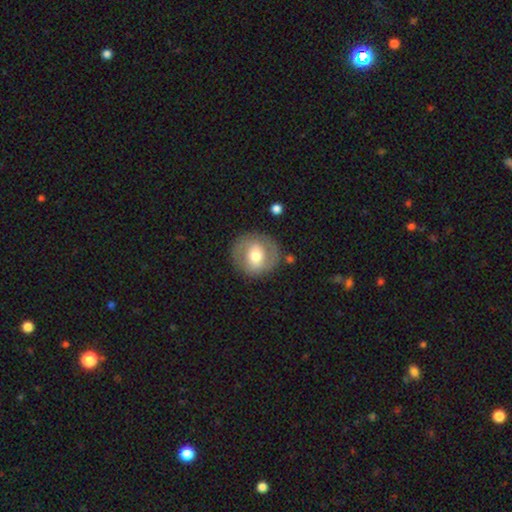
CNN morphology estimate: Smooth or featured?
  - smooth: 49% *
  - featured or disk: 44%
  - star or artifact: 7%
Merging?
  - none: 83% *
  - minor disturbance: 10%
  - major disturbance: 4%
  - merger: 2%